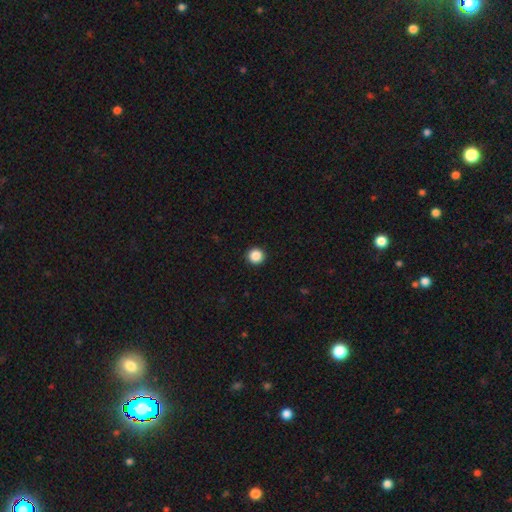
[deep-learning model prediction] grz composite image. It shows a smooth galaxy with no disk features (88%) that is round (96%). Merging: none (94%).